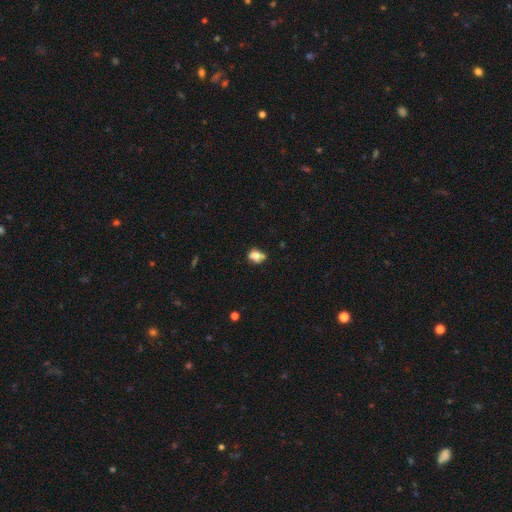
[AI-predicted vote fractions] Smooth or featured? Predicted: smooth (p=0.71). How rounded? Predicted: in between (p=0.56). Merging? Predicted: none (p=0.41).